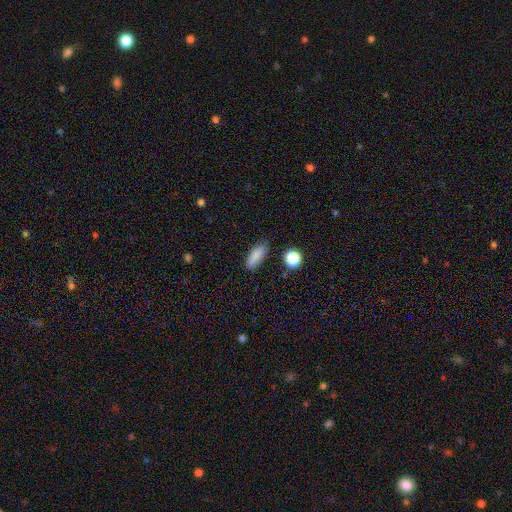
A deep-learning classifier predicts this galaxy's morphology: This is clearly a smooth galaxy (85%). How rounded: likely in between (67%). Merging: clearly none (81%).